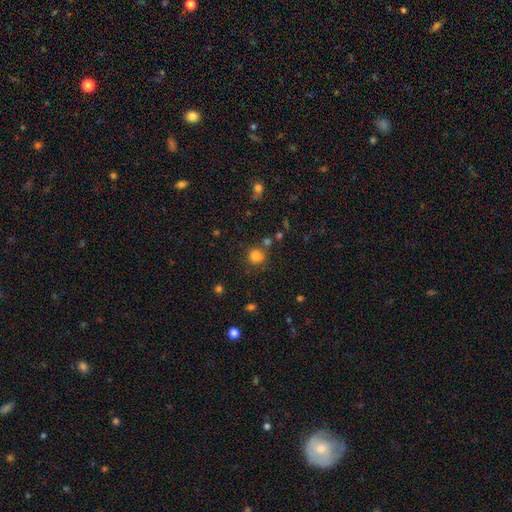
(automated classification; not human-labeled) A smooth galaxy with no disk features (80%) that is round (86%).

Vote fractions:
- Smooth or featured? smooth: 80% / star or artifact: 14% / featured or disk: 6%
- How rounded? round: 86% / in between: 13% / cigar-shaped: 1%
- Merging? none: 70% / minor disturbance: 13% / merger: 12% / major disturbance: 5%